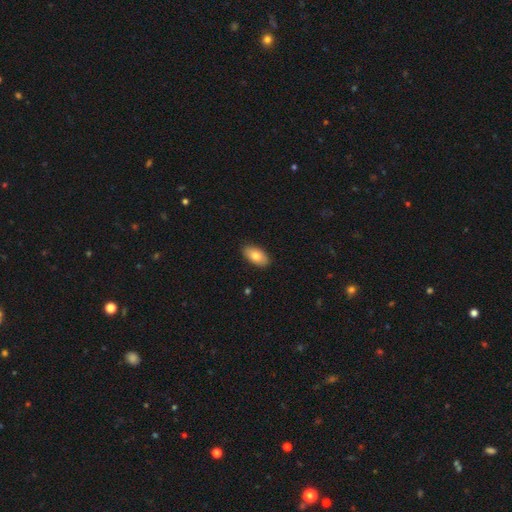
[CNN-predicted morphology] smooth 80%, featured or disk 13%, star or artifact 6%. Down the decision tree: how rounded — in between (93%); merging — none (88%).